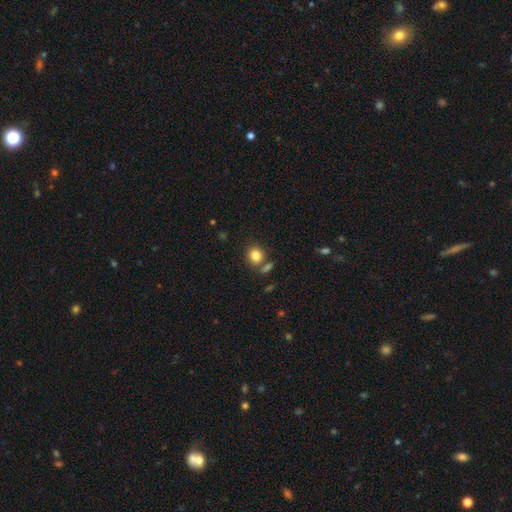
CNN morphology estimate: This is clearly a smooth galaxy (83%). How rounded: likely round (76%). Merging: likely none (71%).